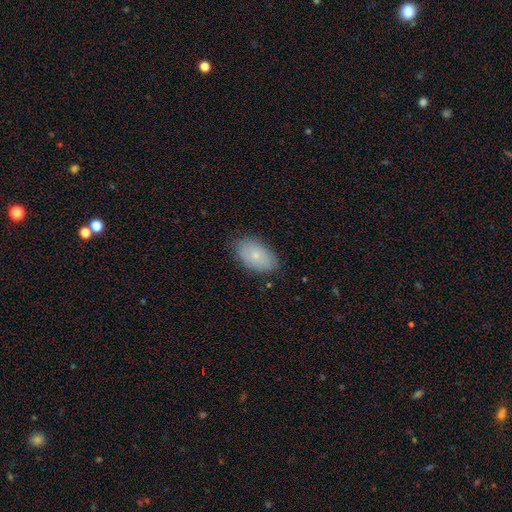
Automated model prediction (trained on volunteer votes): Morphology: type=smooth (75%); roundness=in between (93%); merging=none (82%).